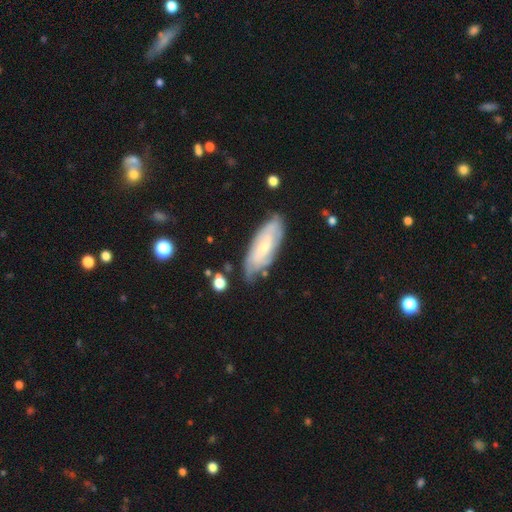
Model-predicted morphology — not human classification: Smooth or featured: featured or disk — 53% (smooth — 41%)
Edge-on disk: no — 84% (yes — 16%)
Merging: none — 64% (minor disturbance — 25%)